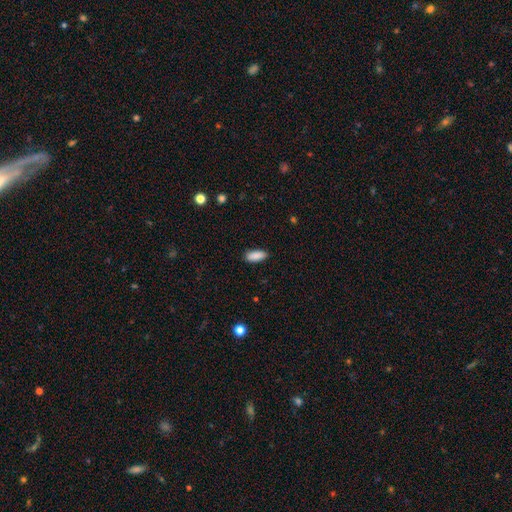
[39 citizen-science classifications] Overall: smooth (95%). How rounded: in between (89%). Merging: none (79%).